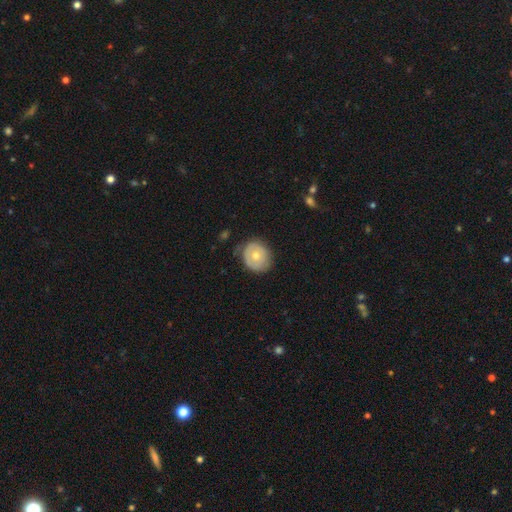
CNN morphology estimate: Smooth or featured?
  - smooth: 62% *
  - featured or disk: 32%
  - star or artifact: 7%
How rounded?
  - round: 80% *
  - in between: 19%
  - cigar-shaped: 1%
Merging?
  - none: 74% *
  - minor disturbance: 20%
  - major disturbance: 5%
  - merger: 1%